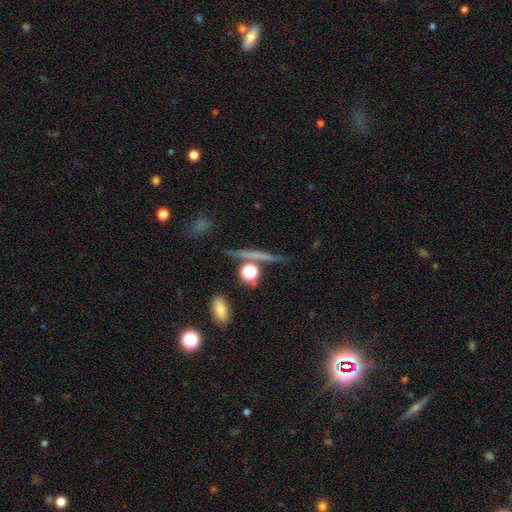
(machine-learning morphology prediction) The model was most divided on "smooth or featured": featured or disk: 51%, smooth: 30%, star or artifact: 19%. More confident: edge-on disk — yes (93%); merging — none (83%).